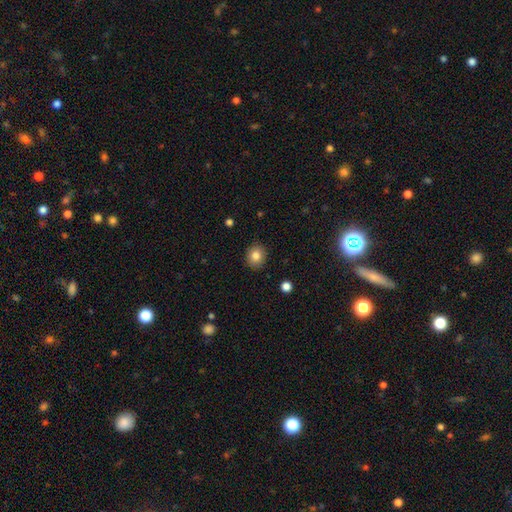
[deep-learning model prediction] This appears to be a smooth galaxy with no disk features (83%) that is round (73%). Merging: none (90%).